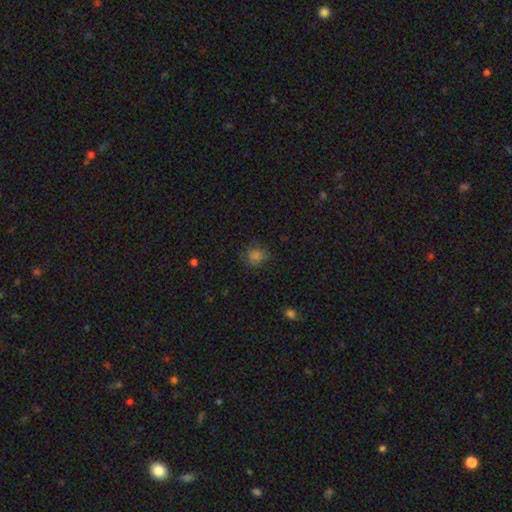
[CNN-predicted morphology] Smooth or featured? smooth (75%)
How rounded? round (77%)
Merging? none (75%)